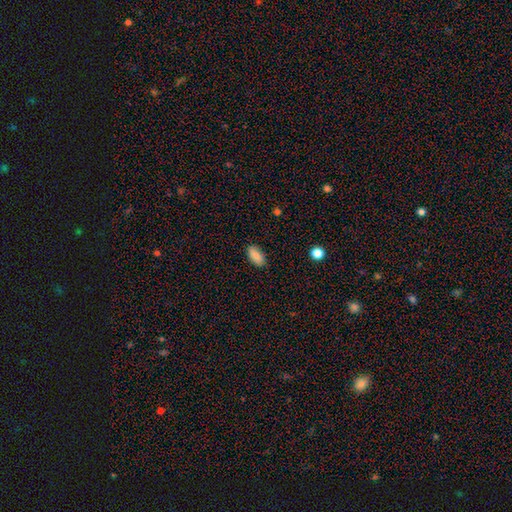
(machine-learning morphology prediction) smooth_or_featured: smooth (p=0.85) [alt: star or artifact p=0.08]
how_rounded: in between (p=0.92) [alt: cigar-shaped p=0.05]
merging: none (p=0.86) [alt: minor disturbance p=0.11]